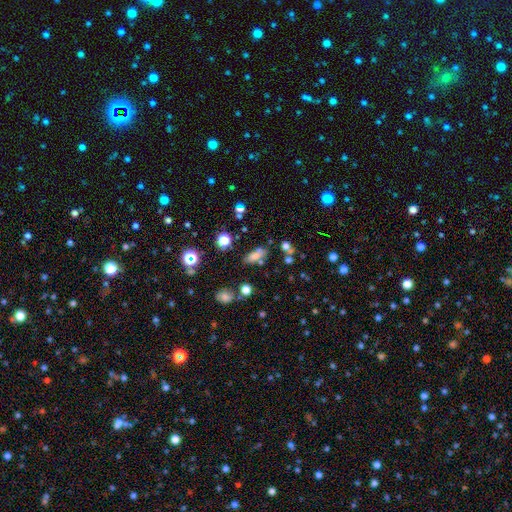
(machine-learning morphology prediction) smooth 69%, star or artifact 17%, featured or disk 14%. Down the decision tree: how rounded — in between (72%); merging — none (62%).